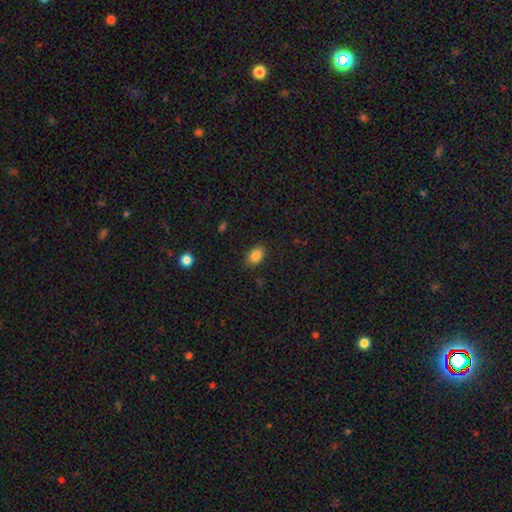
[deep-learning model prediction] Overall: smooth (85%). How rounded: in between (80%). Merging: none (85%).